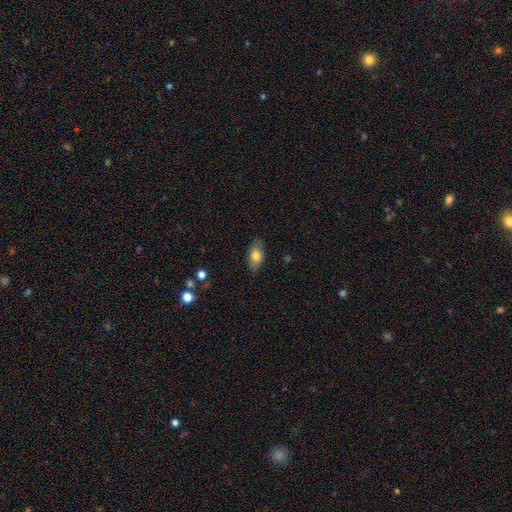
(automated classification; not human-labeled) This is likely a smooth galaxy (77%). How rounded: clearly in between (91%). Merging: clearly none (83%).